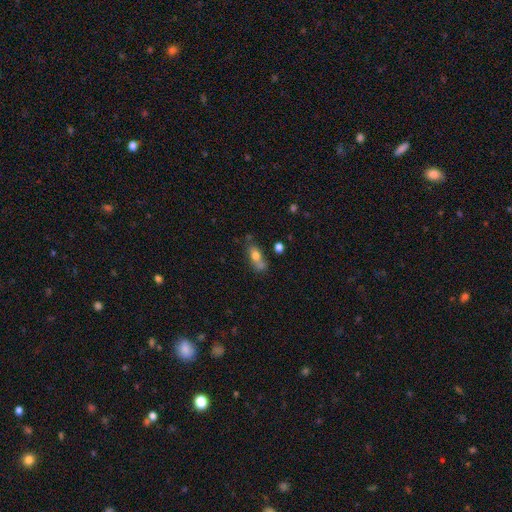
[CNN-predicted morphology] This appears to be a smooth galaxy with no disk features (70%) that is in between round and cigar-shaped (72%). Merging: none (45%).